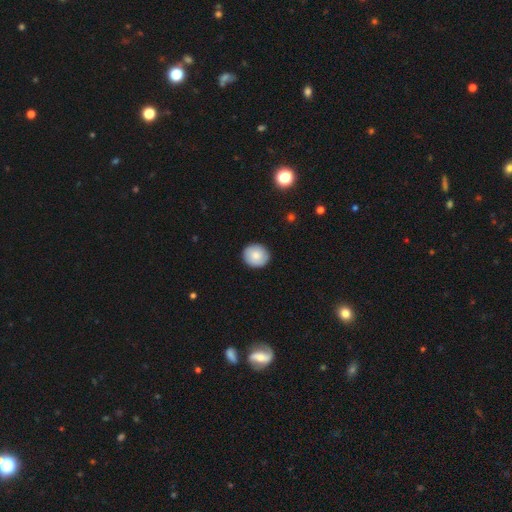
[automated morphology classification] smooth-or-featured: smooth: 80% | featured or disk: 13% | star or artifact: 7%
  how-rounded: round: 84% | in between: 15% | cigar-shaped: 1%
  merging: none: 89% | minor disturbance: 8% | major disturbance: 2% | merger: 1%